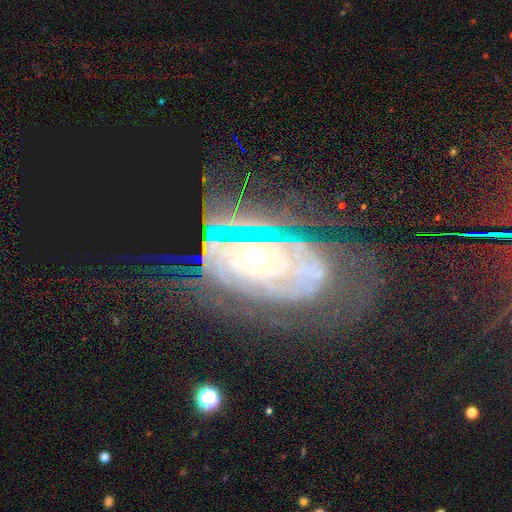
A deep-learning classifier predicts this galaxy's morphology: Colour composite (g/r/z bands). It shows a featured or disk galaxy (81%) with no bar (80%), tight (61%) spiral arms (79%) and a moderate central bulge (64%). Merging: none (47%).